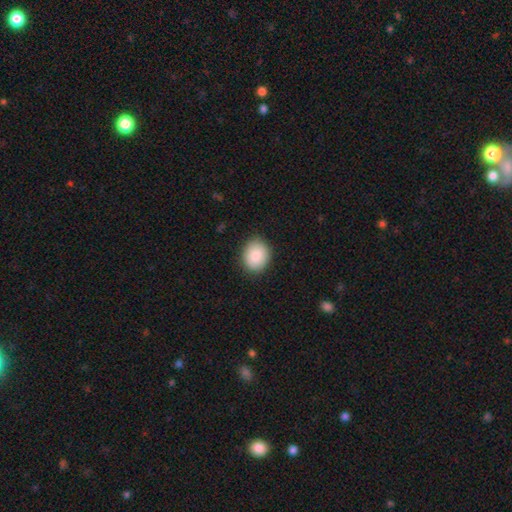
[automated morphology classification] smooth_or_featured: smooth (p=0.88) [alt: star or artifact p=0.07]
how_rounded: round (p=0.56) [alt: in between p=0.43]
merging: none (p=0.87) [alt: minor disturbance p=0.10]